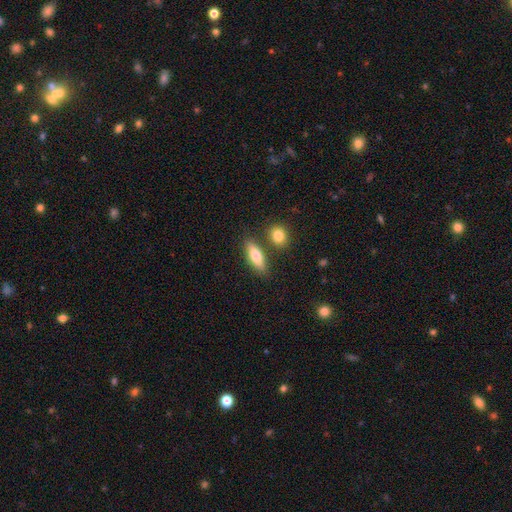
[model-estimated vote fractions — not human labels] A smooth galaxy with no disk features (74%) that is in between round and cigar-shaped (62%).

Vote fractions:
- Smooth or featured? smooth: 74% / featured or disk: 20% / star or artifact: 6%
- How rounded? in between: 62% / cigar-shaped: 33% / round: 4%
- Merging? none: 75% / merger: 11% / minor disturbance: 11% / major disturbance: 3%